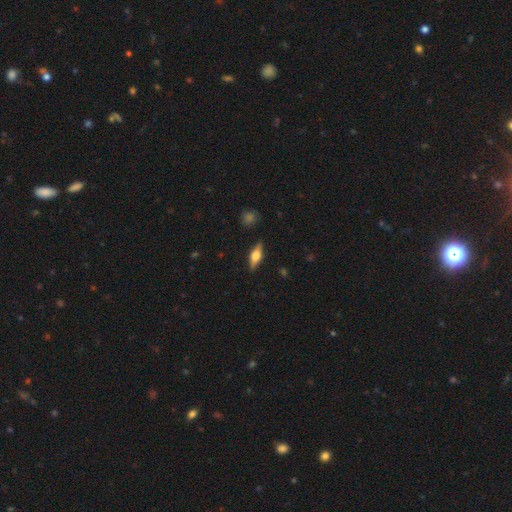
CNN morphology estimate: smooth_or_featured: featured or disk (p=0.53) [alt: smooth p=0.40]
disk_edge_on: yes (p=0.94) [alt: no p=0.06]
edge_on_bulge: rounded (p=0.90) [alt: boxy p=0.08]
merging: none (p=0.87) [alt: minor disturbance p=0.10]